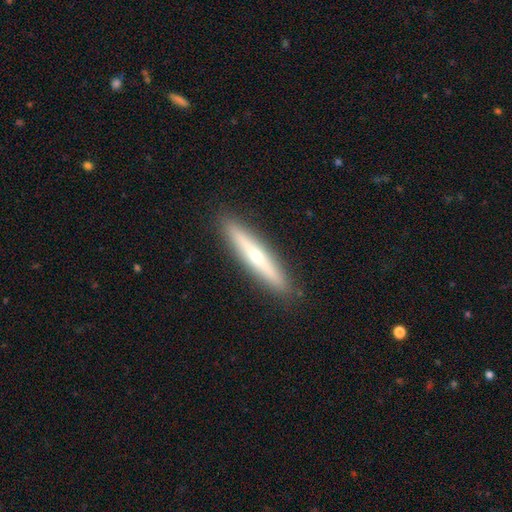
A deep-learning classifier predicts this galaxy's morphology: This is possibly a featured or disk galaxy (58%). It is clearly viewed edge-on (93%). Edge-on bulge: clearly rounded (81%). Merging: clearly none (91%).